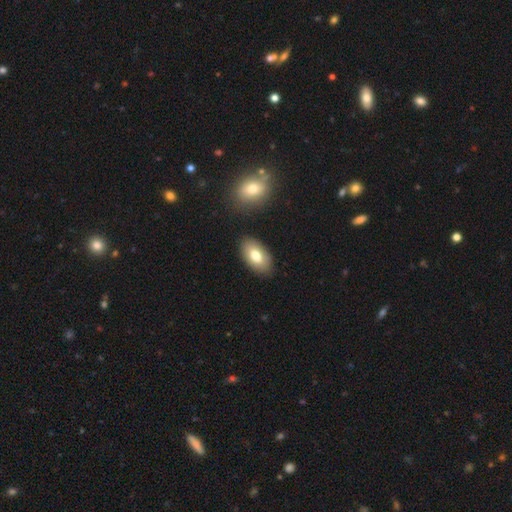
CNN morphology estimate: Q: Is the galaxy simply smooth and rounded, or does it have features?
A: smooth — 76%.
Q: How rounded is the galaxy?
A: in between — 94%.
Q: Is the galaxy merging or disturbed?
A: none — 85%.